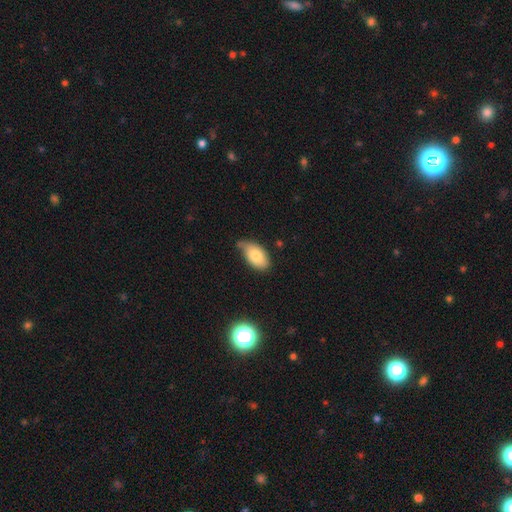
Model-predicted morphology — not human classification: Smooth or featured: smooth — 78% (featured or disk — 15%)
How rounded: in between — 93% (round — 5%)
Merging: none — 45% (minor disturbance — 39%)